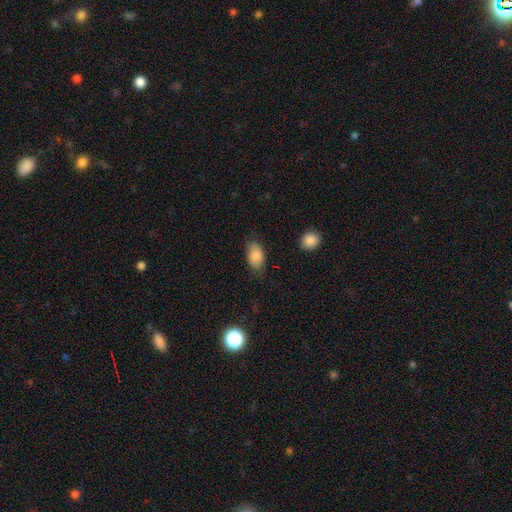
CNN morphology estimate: smooth_or_featured: smooth (p=0.86) [alt: featured or disk p=0.08]
how_rounded: in between (p=0.93) [alt: round p=0.05]
merging: none (p=0.75) [alt: minor disturbance p=0.20]